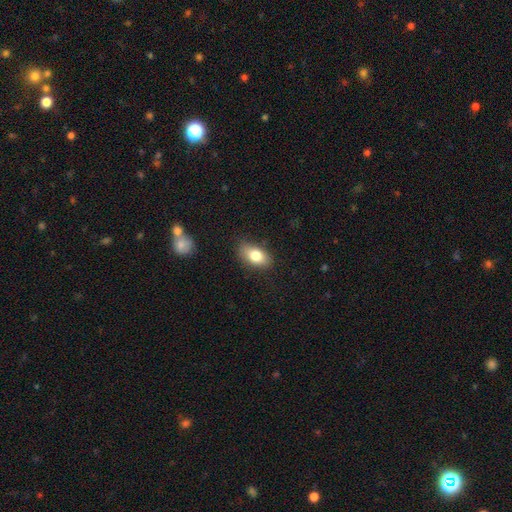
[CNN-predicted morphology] Smooth or featured?
  - smooth: 79% *
  - featured or disk: 13%
  - star or artifact: 8%
How rounded?
  - in between: 89% *
  - round: 8%
  - cigar-shaped: 3%
Merging?
  - none: 78% *
  - minor disturbance: 17%
  - major disturbance: 4%
  - merger: 2%